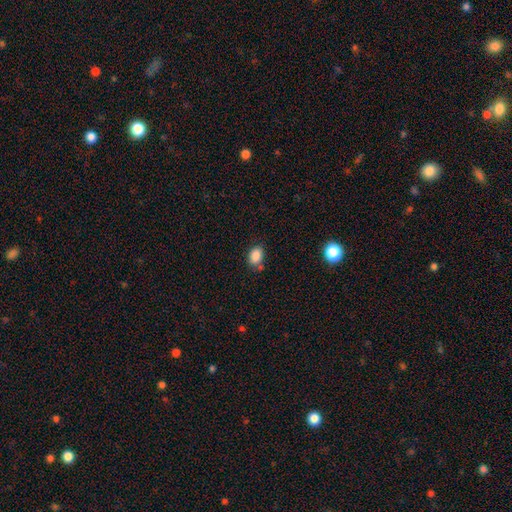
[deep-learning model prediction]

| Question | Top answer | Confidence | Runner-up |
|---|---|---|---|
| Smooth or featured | smooth | 86% | star or artifact (9%) |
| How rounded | in between | 80% | round (19%) |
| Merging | none | 72% | minor disturbance (17%) |